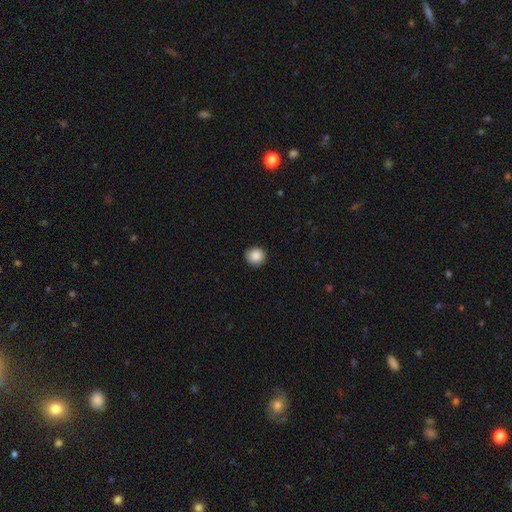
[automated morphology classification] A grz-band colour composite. It shows a smooth galaxy with no disk features (88%) that is round (90%). Merging: none (89%).